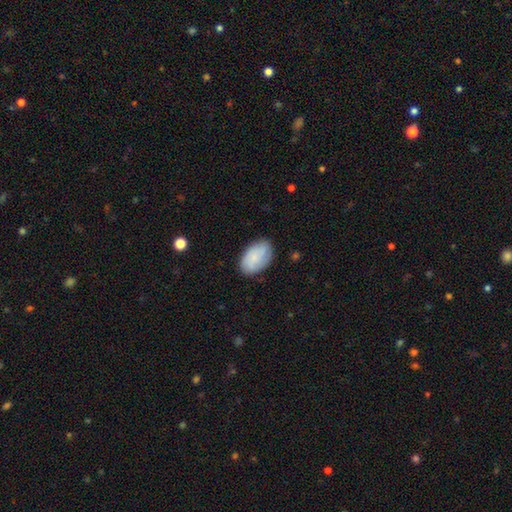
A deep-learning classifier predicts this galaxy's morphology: type=smooth (72%); roundness=in between (91%); merging=none (80%).